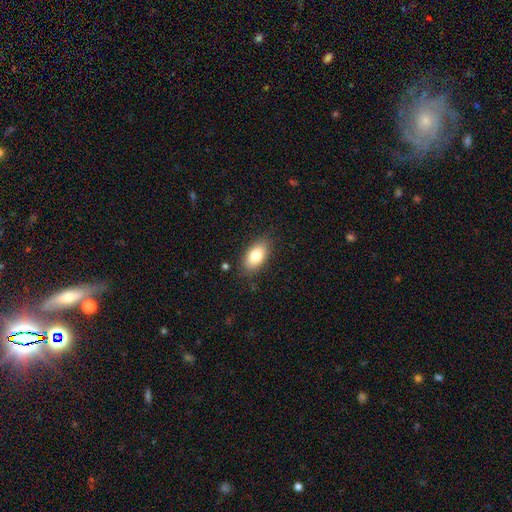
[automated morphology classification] Smooth or featured? smooth (80%)
How rounded? in between (91%)
Merging? none (84%)